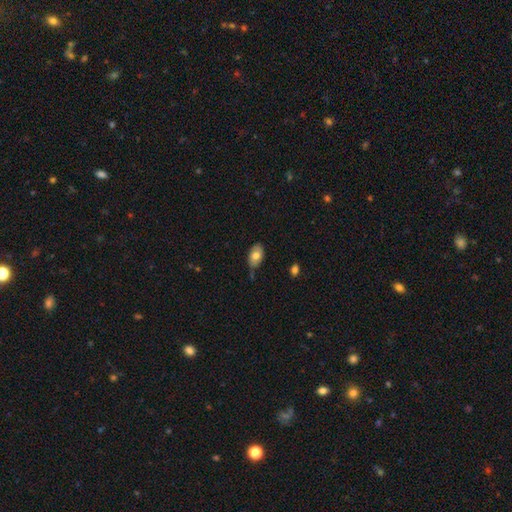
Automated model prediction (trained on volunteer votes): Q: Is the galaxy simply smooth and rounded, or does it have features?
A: smooth — 72%.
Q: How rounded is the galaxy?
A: in between — 91%.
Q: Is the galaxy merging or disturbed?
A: none — 64%.